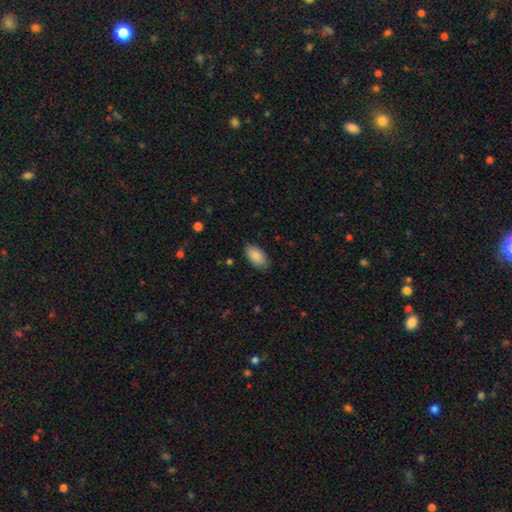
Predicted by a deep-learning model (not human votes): Q: Smooth or featured?
A: smooth (88%); runner-up: star or artifact (6%)
Q: How rounded?
A: in between (94%); runner-up: round (3%)
Q: Merging?
A: none (84%); runner-up: minor disturbance (12%)